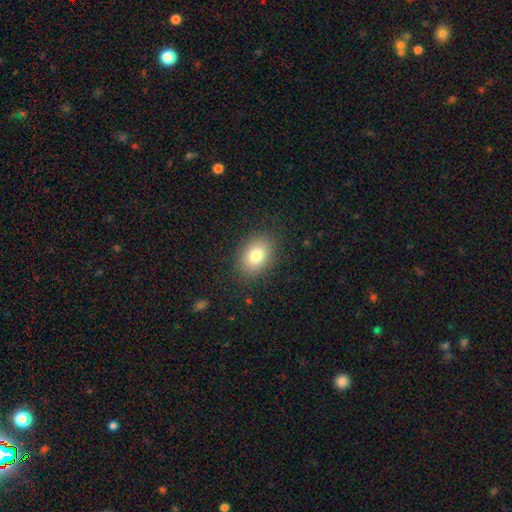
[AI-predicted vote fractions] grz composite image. It shows a smooth galaxy with no disk features (80%) that is in between round and cigar-shaped (70%). Merging: none (86%).